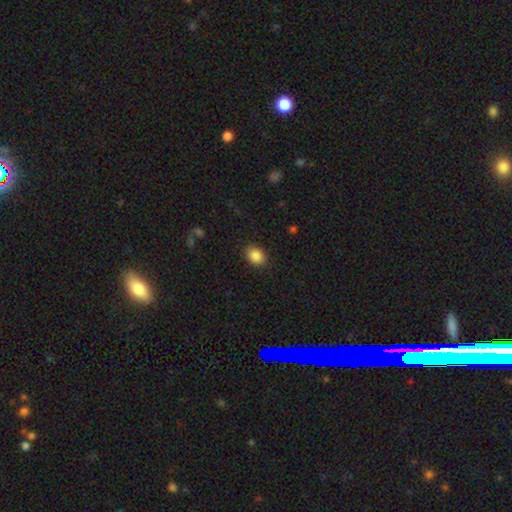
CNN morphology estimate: A smooth galaxy with no disk features (88%) that is in between round and cigar-shaped (65%). Merging: none (89%).